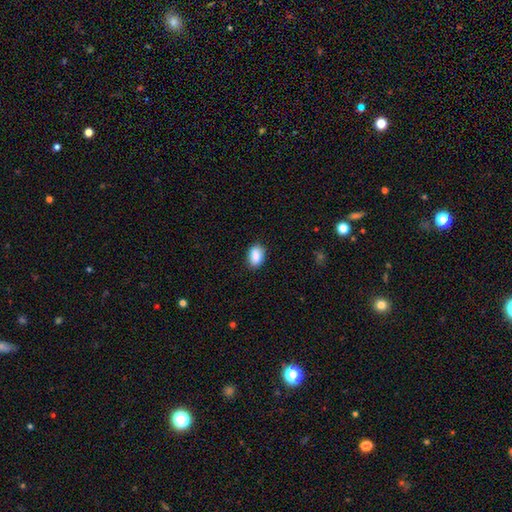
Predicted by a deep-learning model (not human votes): Smooth or featured?
  - smooth: 89% *
  - star or artifact: 7%
  - featured or disk: 4%
How rounded?
  - in between: 84% *
  - round: 14%
  - cigar-shaped: 1%
Merging?
  - none: 86% *
  - minor disturbance: 11%
  - major disturbance: 2%
  - merger: 1%